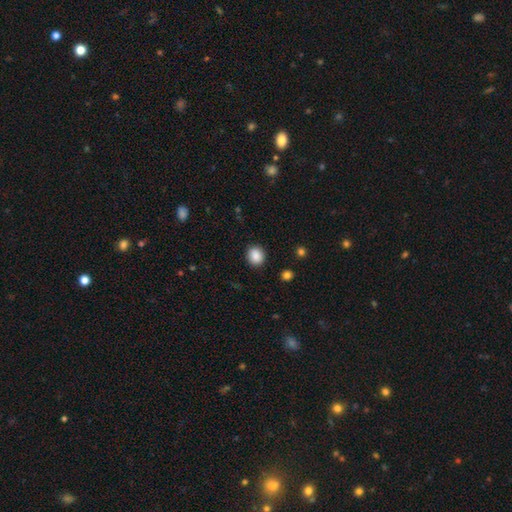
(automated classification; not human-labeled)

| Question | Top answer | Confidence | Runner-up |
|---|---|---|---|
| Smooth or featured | smooth | 88% | star or artifact (9%) |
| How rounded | round | 78% | in between (21%) |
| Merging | none | 89% | minor disturbance (7%) |